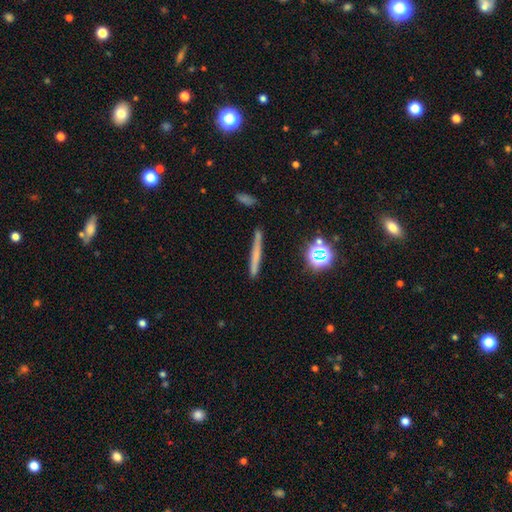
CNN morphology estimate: type=smooth (54%); roundness=cigar-shaped (93%); merging=none (85%).